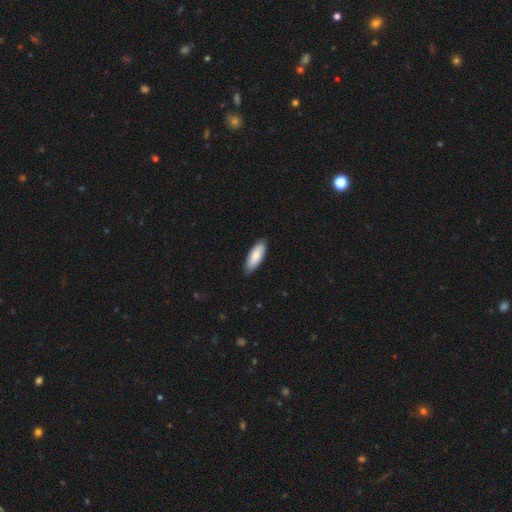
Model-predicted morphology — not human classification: This appears to be a smooth galaxy with no disk features (85%) that is in between round and cigar-shaped (70%). Merging: none (86%).